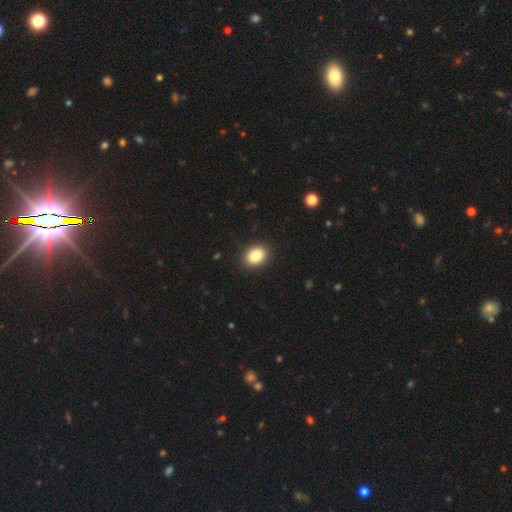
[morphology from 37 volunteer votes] Overall: smooth (84%). How rounded: in between (74%). Merging: none (94%).